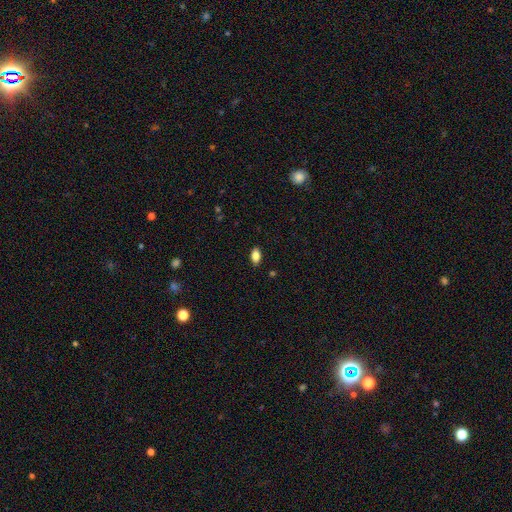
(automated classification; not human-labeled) The model was most divided on "smooth or featured": smooth: 84%, star or artifact: 9%, featured or disk: 7%. More confident: how rounded — in between (91%); merging — none (88%).